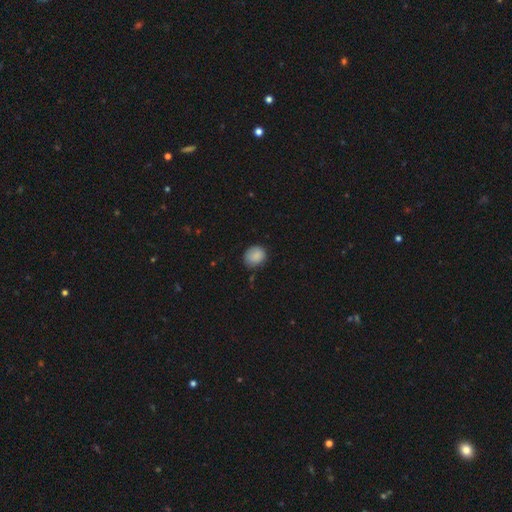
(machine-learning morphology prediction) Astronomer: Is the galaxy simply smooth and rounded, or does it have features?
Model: smooth — 87%.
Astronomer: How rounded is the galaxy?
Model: round — 69%.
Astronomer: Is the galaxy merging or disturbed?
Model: none — 74%.